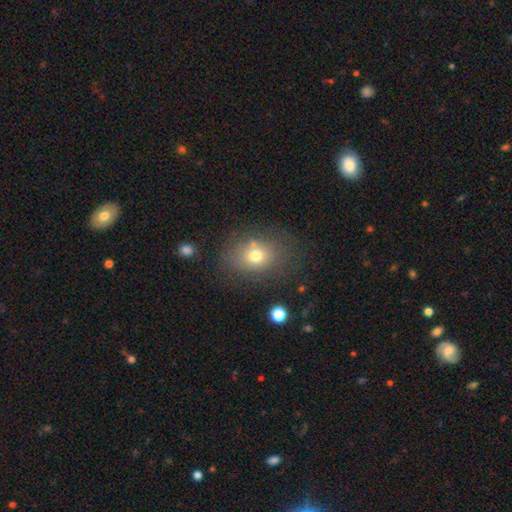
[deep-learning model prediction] Smooth or featured? Predicted: smooth (p=0.71). How rounded? Predicted: in between (p=0.60). Merging? Predicted: none (p=0.70).